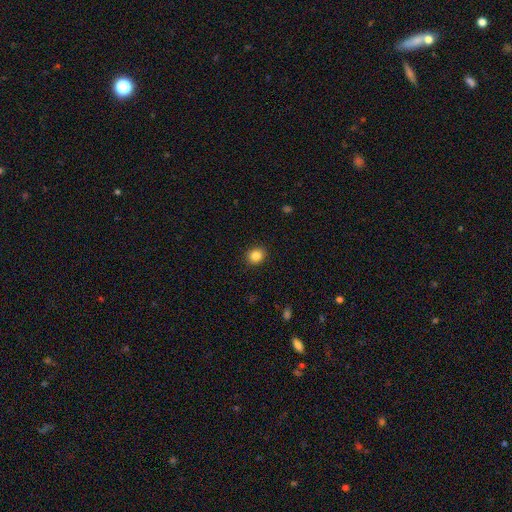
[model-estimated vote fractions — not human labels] smooth 85%, star or artifact 10%, featured or disk 5%. Down the decision tree: how rounded — round (68%); merging — none (90%).